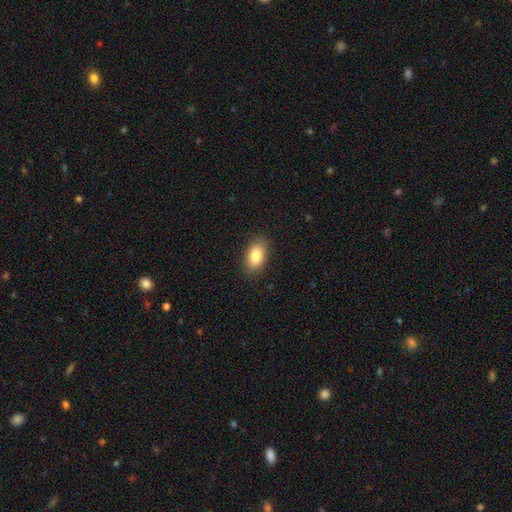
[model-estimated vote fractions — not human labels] smooth_or_featured: smooth (p=0.84) [alt: featured or disk p=0.09]
how_rounded: in between (p=0.91) [alt: round p=0.06]
merging: none (p=0.87) [alt: minor disturbance p=0.10]